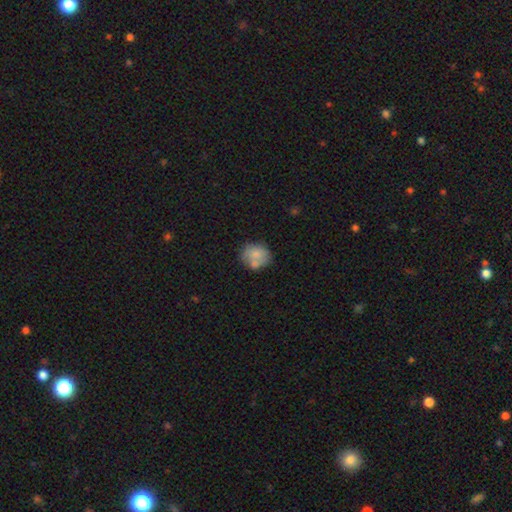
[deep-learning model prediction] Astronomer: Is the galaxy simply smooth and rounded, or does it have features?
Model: smooth — 71%.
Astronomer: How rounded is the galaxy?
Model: round — 70%.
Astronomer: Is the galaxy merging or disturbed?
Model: none — 49%.